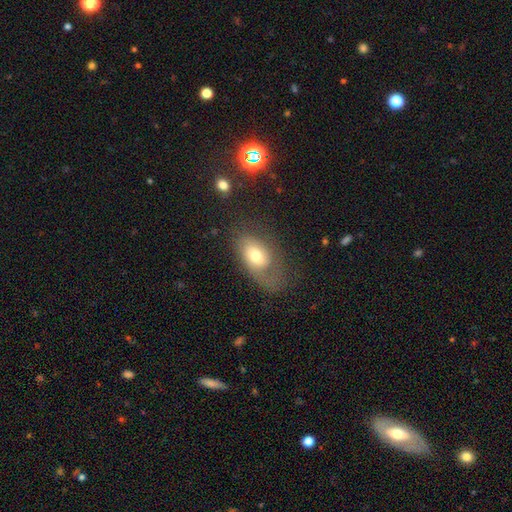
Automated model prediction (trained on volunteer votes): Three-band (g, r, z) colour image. It shows a smooth galaxy with no disk features (57%) that is in between round and cigar-shaped (87%). Merging: none (41%).